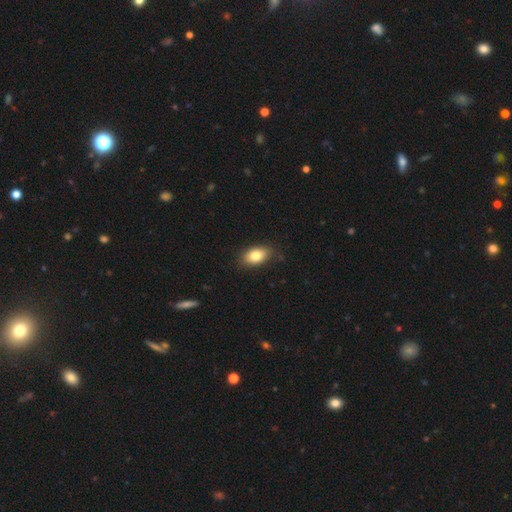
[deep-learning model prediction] smooth_or_featured: smooth (p=0.81) [alt: featured or disk p=0.11]
how_rounded: in between (p=0.89) [alt: round p=0.09]
merging: none (p=0.81) [alt: minor disturbance p=0.15]